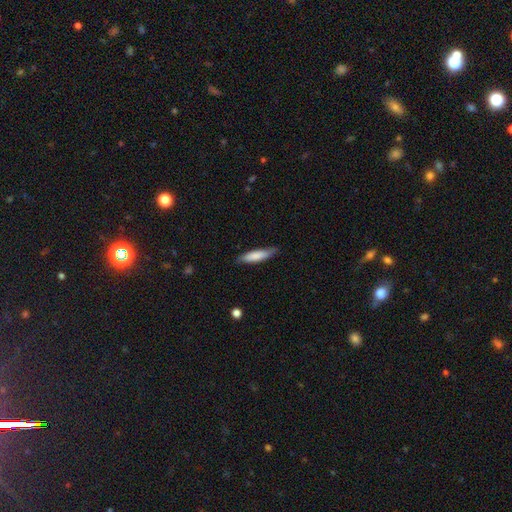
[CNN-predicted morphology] A smooth galaxy with no disk features (79%) that is cigar-shaped (77%).

Vote fractions:
- Smooth or featured? smooth: 79% / featured or disk: 16% / star or artifact: 6%
- How rounded? cigar-shaped: 77% / in between: 22% / round: 1%
- Merging? none: 79% / minor disturbance: 17% / major disturbance: 3% / merger: 1%